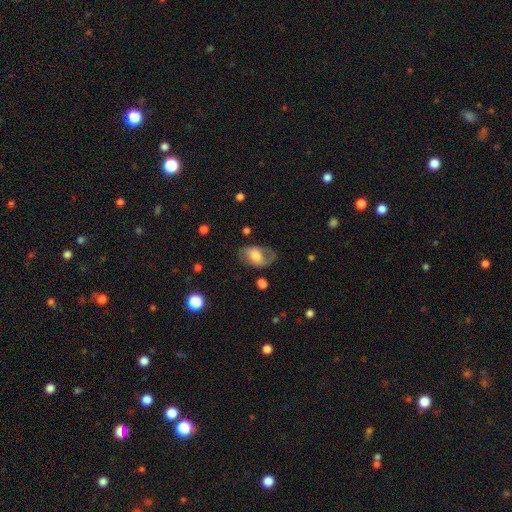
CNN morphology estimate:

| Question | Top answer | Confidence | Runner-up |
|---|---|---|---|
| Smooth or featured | smooth | 50% | featured or disk (42%) |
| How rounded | in between | 84% | round (14%) |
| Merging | none | 61% | minor disturbance (23%) |